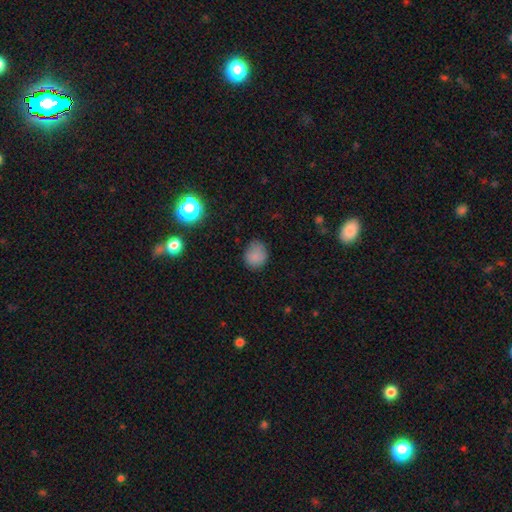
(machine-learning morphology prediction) Smooth or featured? smooth (81%)
How rounded? round (71%)
Merging? none (73%)